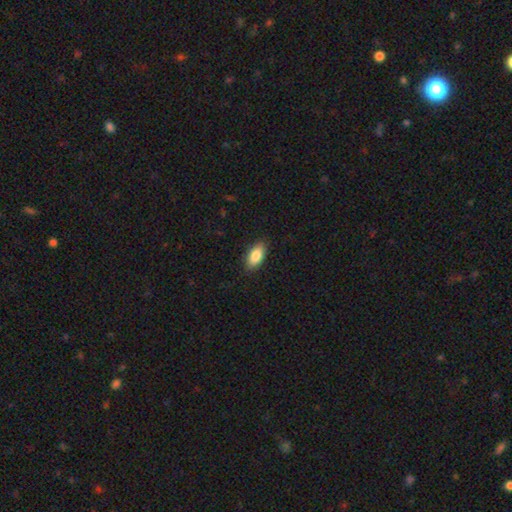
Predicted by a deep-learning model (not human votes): Smooth or featured? smooth (85%)
How rounded? in between (90%)
Merging? none (86%)